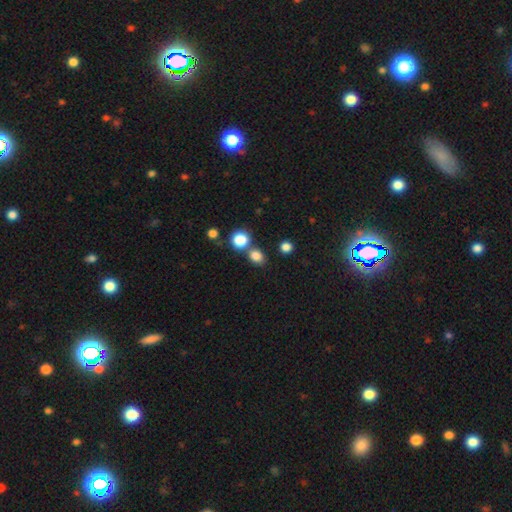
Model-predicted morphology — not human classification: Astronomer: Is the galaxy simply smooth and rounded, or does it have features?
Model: smooth — 81%.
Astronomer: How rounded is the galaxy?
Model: round — 61% (runner-up: in between, 37%).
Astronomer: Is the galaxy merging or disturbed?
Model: none — 64%.